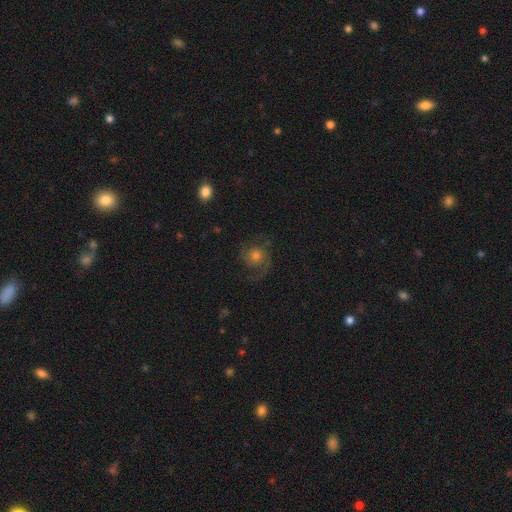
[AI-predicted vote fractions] This is likely a featured or disk galaxy (72%). It is clearly not viewed edge-on (98%). Bar: likely no (77%). Spiral arm pattern: clearly yes (95%). Spiral arm count: likely 2 (77%). Spiral winding: possibly medium (48%). Central bulge: possibly moderate (53%). Merging: likely none (69%).